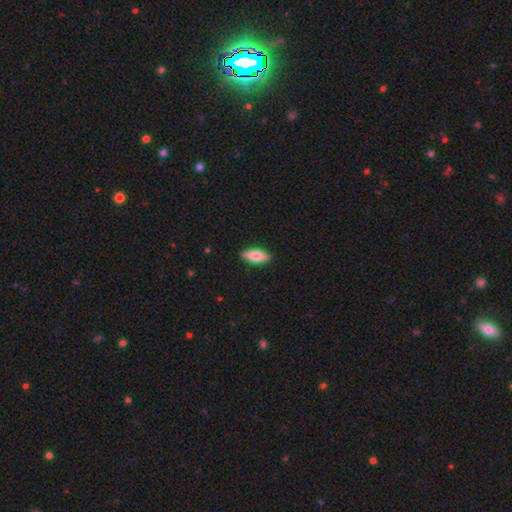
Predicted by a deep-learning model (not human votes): smooth-or-featured: smooth: 79% | featured or disk: 15% | star or artifact: 6%
  how-rounded: in between: 81% | cigar-shaped: 17% | round: 2%
  merging: none: 89% | minor disturbance: 9% | major disturbance: 2% | merger: 1%